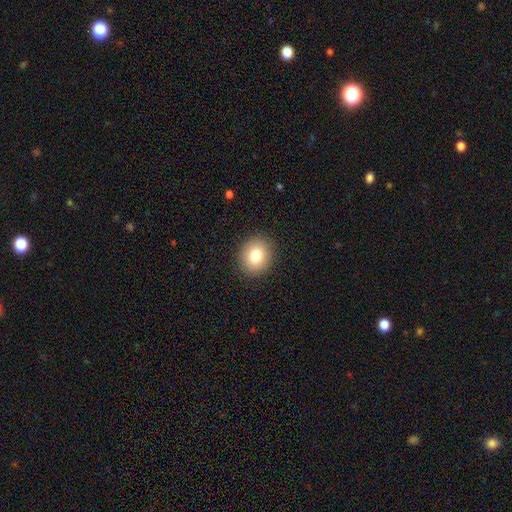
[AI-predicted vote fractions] A smooth galaxy with no disk features (80%) that is round (72%).

Vote fractions:
- Smooth or featured? smooth: 80% / featured or disk: 10% / star or artifact: 10%
- How rounded? round: 72% / in between: 28% / cigar-shaped: 1%
- Merging? none: 90% / minor disturbance: 7% / major disturbance: 2% / merger: 1%